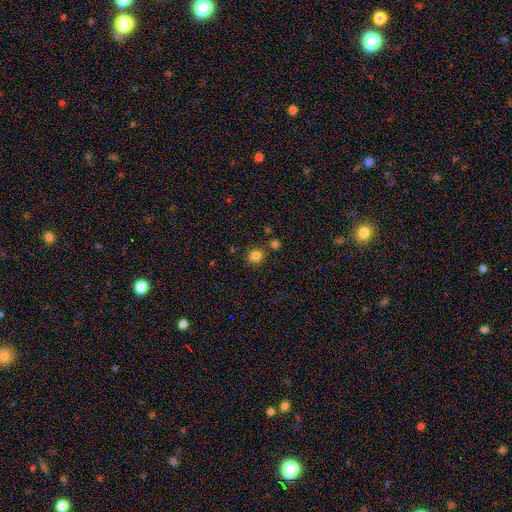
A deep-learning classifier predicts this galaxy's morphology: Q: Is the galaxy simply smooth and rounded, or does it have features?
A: smooth — 83%.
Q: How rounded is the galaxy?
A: round — 82%.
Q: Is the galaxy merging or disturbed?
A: none — 77%.